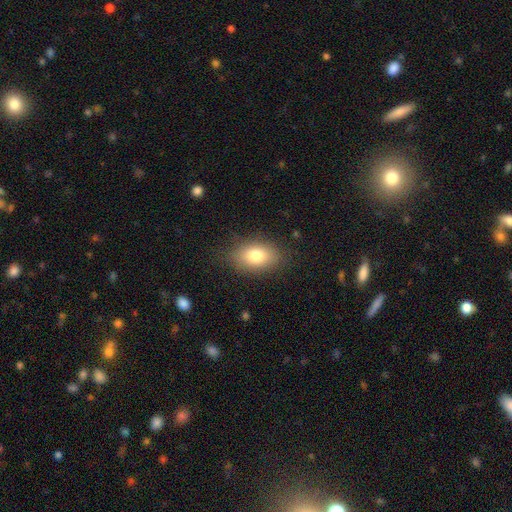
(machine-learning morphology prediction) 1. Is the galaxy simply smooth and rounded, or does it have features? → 78% smooth, 12% featured or disk, 9% star or artifact.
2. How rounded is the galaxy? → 84% in between, 15% round, 2% cigar-shaped.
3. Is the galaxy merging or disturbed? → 83% none, 12% minor disturbance, 4% major disturbance, 1% merger.